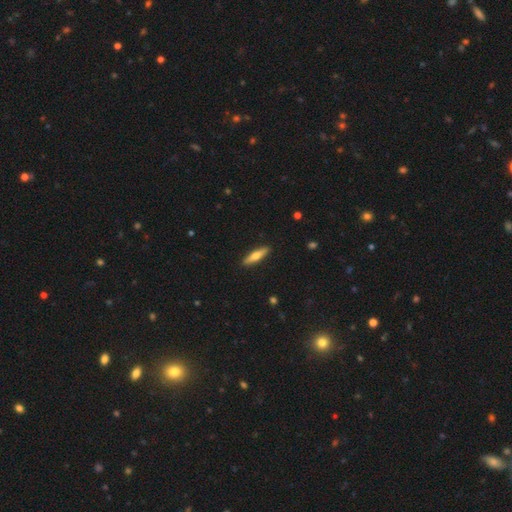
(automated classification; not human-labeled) smooth_or_featured: smooth (p=0.54) [alt: featured or disk p=0.41]
how_rounded: cigar-shaped (p=0.78) [alt: in between p=0.20]
merging: none (p=0.91) [alt: minor disturbance p=0.07]